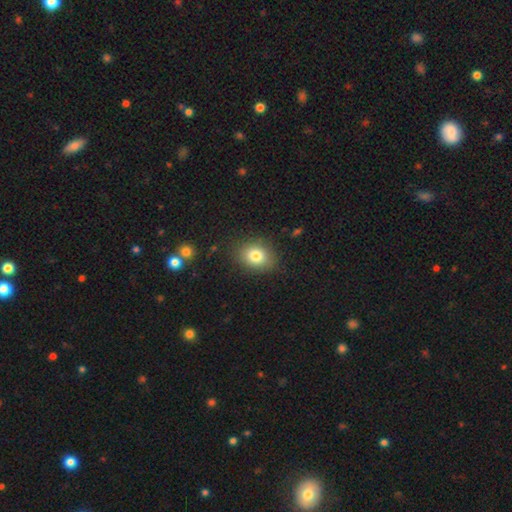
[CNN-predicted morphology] Smooth or featured? smooth (80%)
How rounded? in between (59%)
Merging? none (83%)